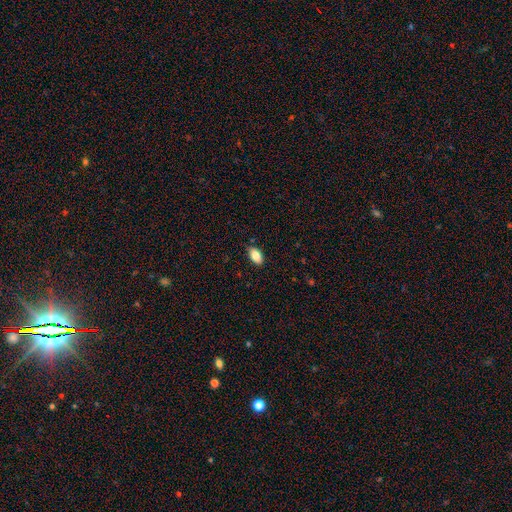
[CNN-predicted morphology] smooth-or-featured: smooth: 84% | featured or disk: 8% | star or artifact: 8%
  how-rounded: in between: 92% | round: 5% | cigar-shaped: 3%
  merging: none: 86% | minor disturbance: 11% | major disturbance: 2% | merger: 1%